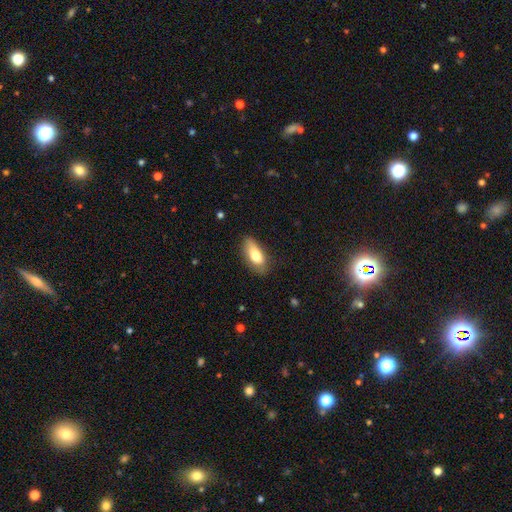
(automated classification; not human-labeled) This appears to be a smooth galaxy with no disk features (76%) that is in between round and cigar-shaped (84%). Merging: none (70%).